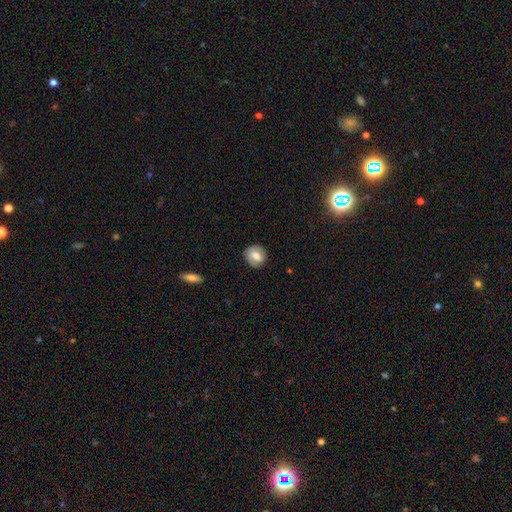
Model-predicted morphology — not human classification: The model was most divided on "smooth or featured": smooth: 70%, featured or disk: 22%, star or artifact: 8%. More confident: merging — none (84%); how rounded — round (80%).